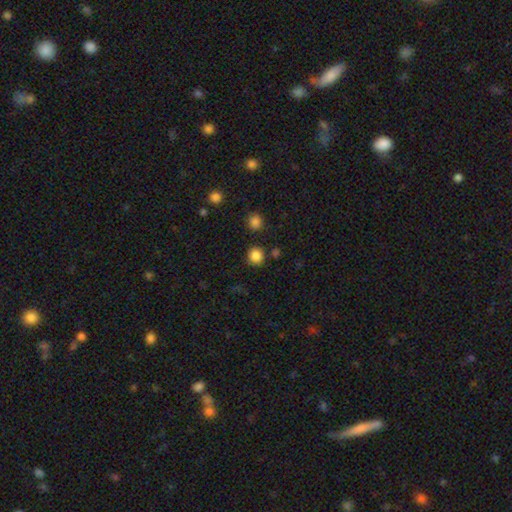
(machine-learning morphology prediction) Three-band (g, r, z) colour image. It shows a smooth galaxy with no disk features (85%) that is round (90%). Merging: none (86%).